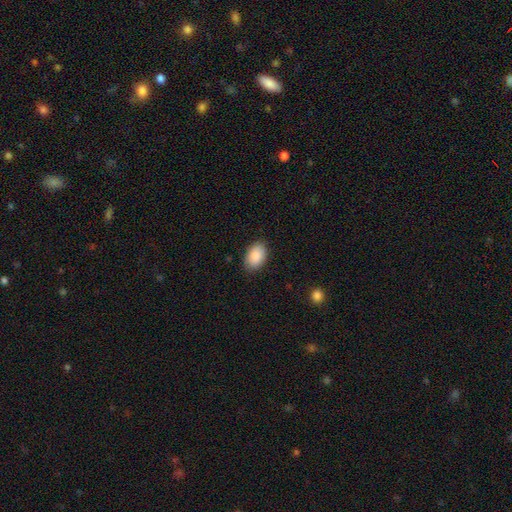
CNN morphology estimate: The model was most divided on "merging": none: 87%, minor disturbance: 10%, major disturbance: 2%, merger: 1%. More confident: how rounded — in between (90%); smooth or featured — smooth (89%).